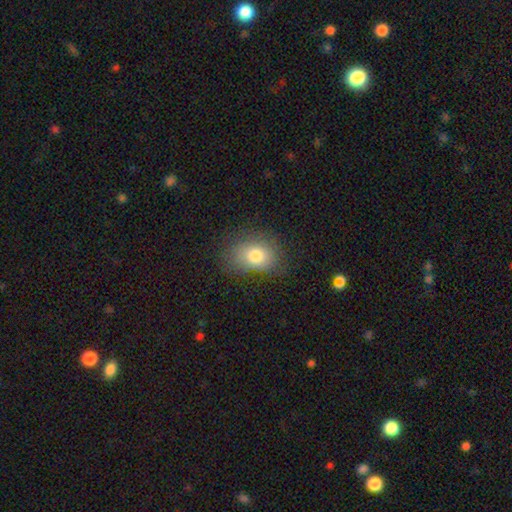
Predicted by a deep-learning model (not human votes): Smooth or featured: smooth — 79% (featured or disk — 11%)
How rounded: in between — 66% (round — 33%)
Merging: none — 72% (minor disturbance — 19%)